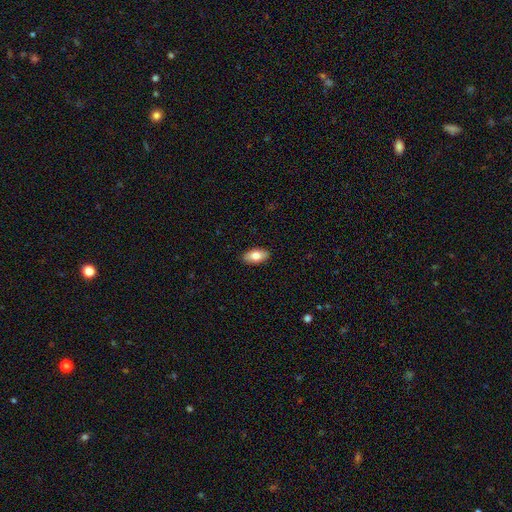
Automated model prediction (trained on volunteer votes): This appears to be a smooth galaxy with no disk features (80%) that is in between round and cigar-shaped (91%). Merging: none (89%).